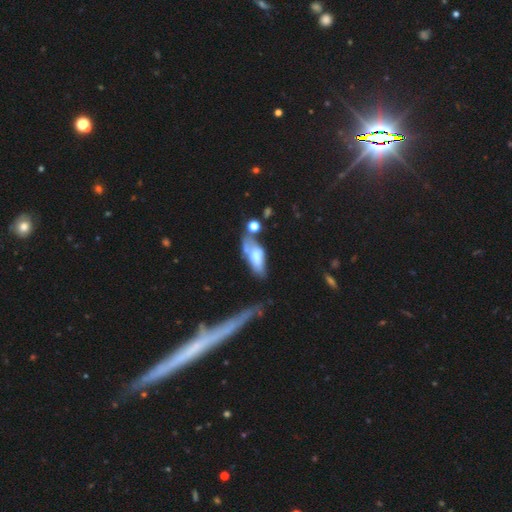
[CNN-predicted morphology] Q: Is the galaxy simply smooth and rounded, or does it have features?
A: smooth — 56%.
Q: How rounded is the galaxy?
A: in between — 76%.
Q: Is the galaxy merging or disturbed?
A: none — 30%.